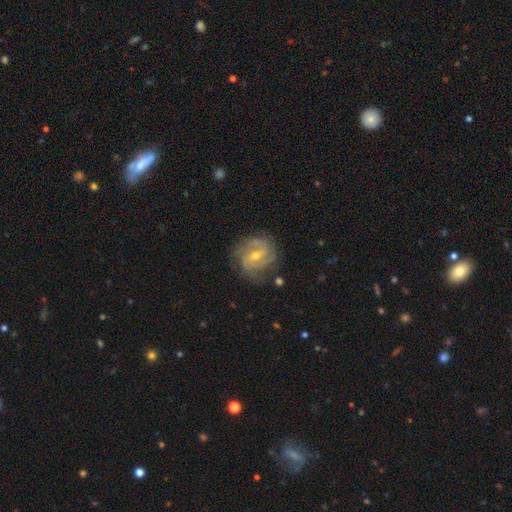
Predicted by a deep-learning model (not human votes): This appears to be a featured or disk galaxy (84%) with a weak bar (50%), 2 (35%) tight (48%) spiral arms (95%) and a moderate central bulge (49%). Merging: none (75%).